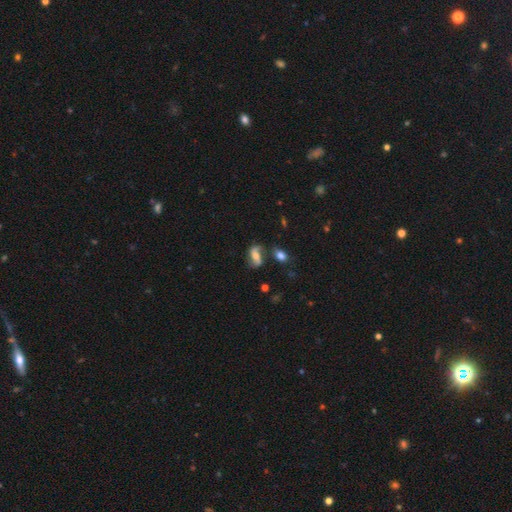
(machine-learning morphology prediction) A featured or disk galaxy (65%) with no bar (41%), 2 (89%) loose (64%) spiral arms (88%) and a moderate central bulge (58%). Merging: none (61%).